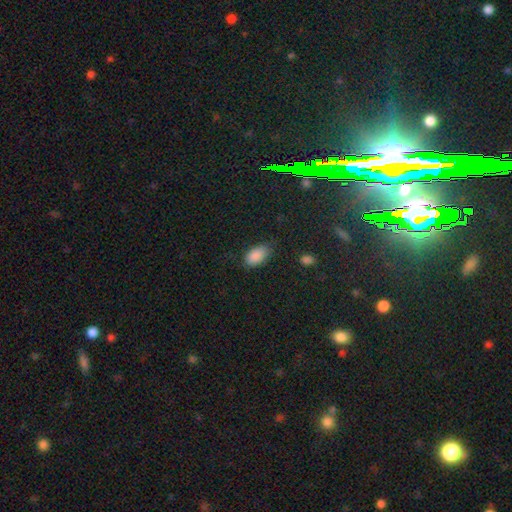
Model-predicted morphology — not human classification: This appears to be a smooth galaxy with no disk features (88%) that is in between round and cigar-shaped (93%). Merging: none (76%).